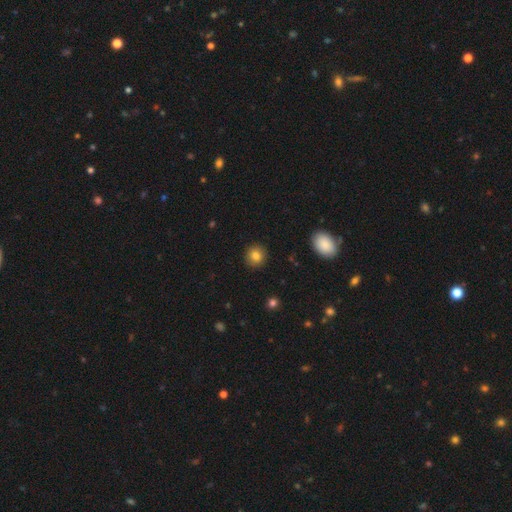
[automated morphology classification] Smooth or featured? Predicted: smooth (p=0.83). How rounded? Predicted: round (p=0.90). Merging? Predicted: none (p=0.91).